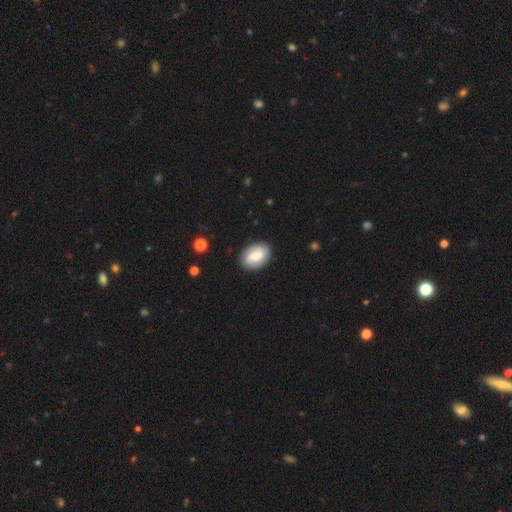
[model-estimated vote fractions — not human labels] This is possibly a smooth galaxy (51%). How rounded: likely in between (79%). Merging: clearly none (85%).